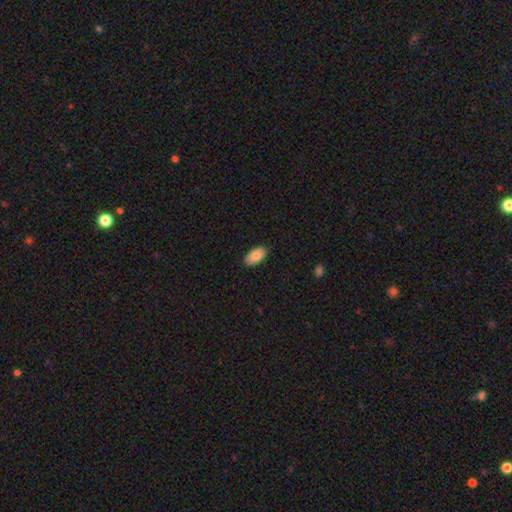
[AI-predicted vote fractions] Overall: smooth (85%). How rounded: in between (95%). Merging: none (88%).